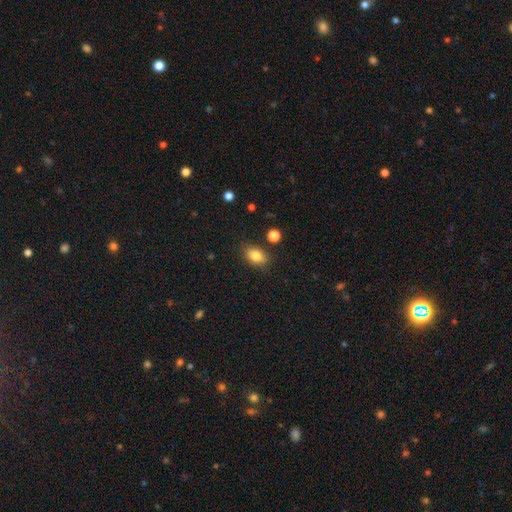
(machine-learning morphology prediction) Smooth or featured?
  - smooth: 83% *
  - star or artifact: 10%
  - featured or disk: 7%
How rounded?
  - in between: 78% *
  - round: 20%
  - cigar-shaped: 2%
Merging?
  - none: 83% *
  - minor disturbance: 12%
  - merger: 3%
  - major disturbance: 3%